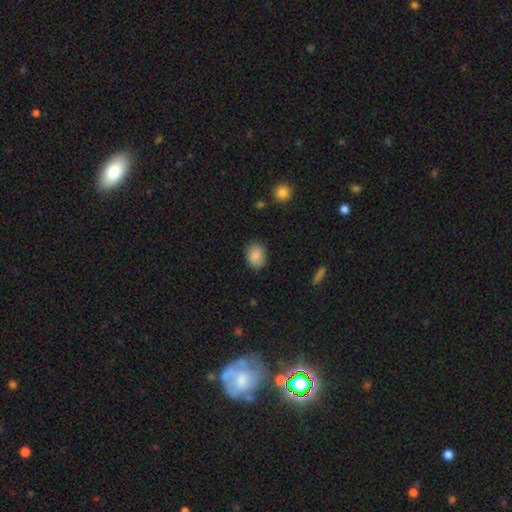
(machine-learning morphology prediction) The model was most divided on "how rounded": in between: 58%, round: 41%, cigar-shaped: 1%. More confident: smooth or featured — smooth (87%); merging — none (84%).